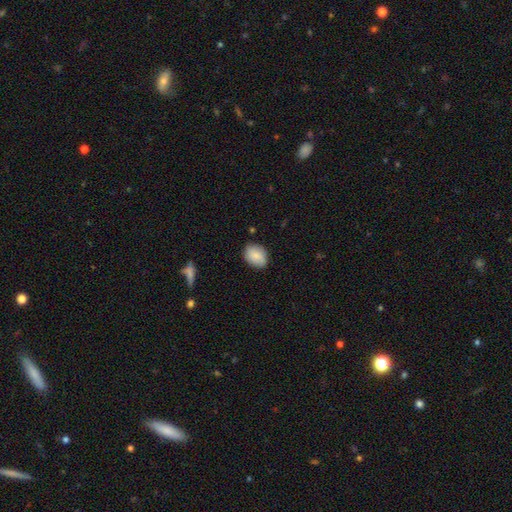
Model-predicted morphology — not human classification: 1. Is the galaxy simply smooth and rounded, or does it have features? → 83% smooth, 10% featured or disk, 7% star or artifact.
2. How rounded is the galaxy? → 63% in between, 36% round, 1% cigar-shaped.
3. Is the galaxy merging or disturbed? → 82% none, 14% minor disturbance, 3% major disturbance, 1% merger.